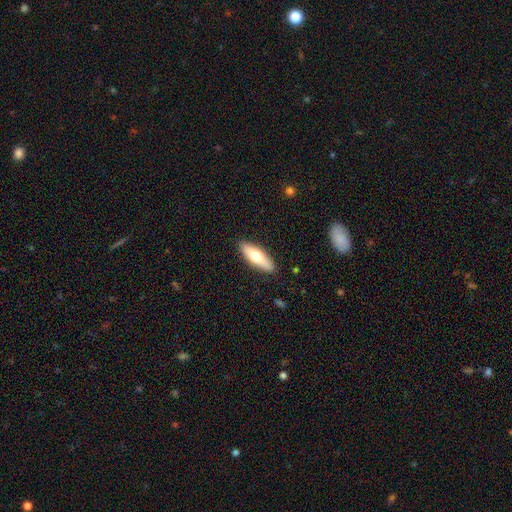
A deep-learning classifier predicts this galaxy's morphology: Q: Smooth or featured?
A: smooth (61%); runner-up: featured or disk (33%)
Q: How rounded?
A: in between (52%); runner-up: cigar-shaped (46%)
Q: Merging?
A: none (88%); runner-up: minor disturbance (9%)